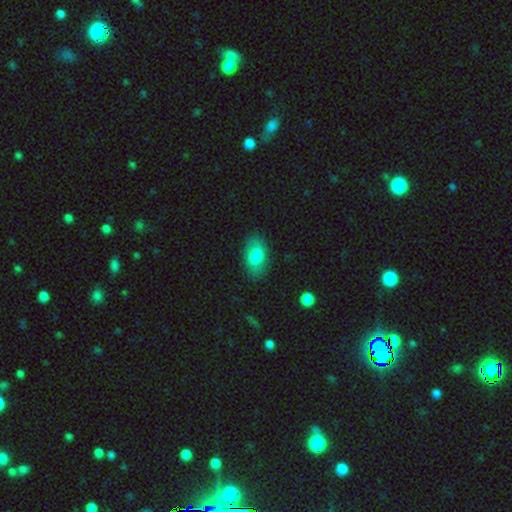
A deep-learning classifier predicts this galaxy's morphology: Q: Smooth or featured?
A: smooth (76%); runner-up: featured or disk (17%)
Q: How rounded?
A: in between (91%); runner-up: round (6%)
Q: Merging?
A: none (82%); runner-up: minor disturbance (14%)